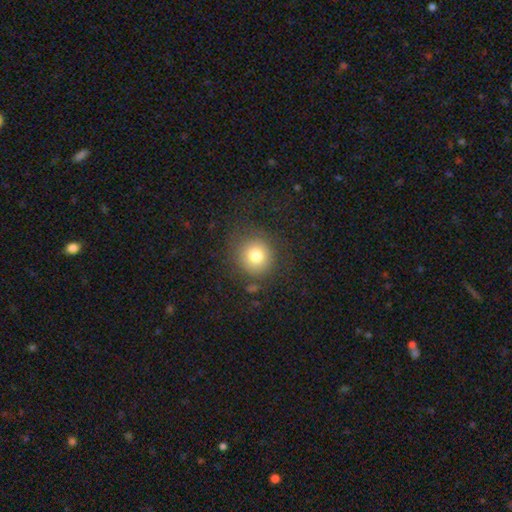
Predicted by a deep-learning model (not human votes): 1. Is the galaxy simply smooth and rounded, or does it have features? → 78% smooth, 12% star or artifact, 10% featured or disk.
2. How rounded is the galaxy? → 91% round, 8% in between, 1% cigar-shaped.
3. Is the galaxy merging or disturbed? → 82% none, 10% minor disturbance, 6% major disturbance, 2% merger.